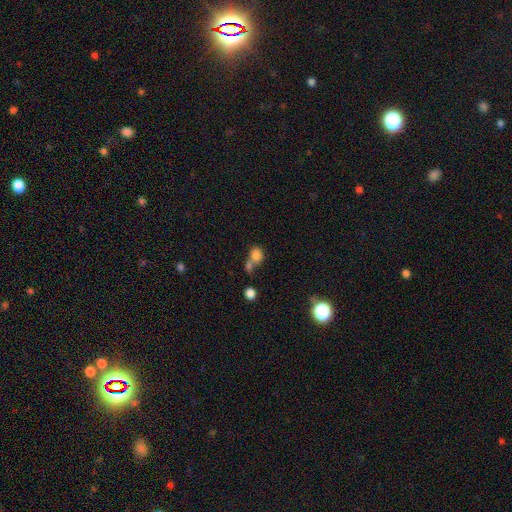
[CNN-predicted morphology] A smooth galaxy with no disk features (80%) that is round (65%).

Vote fractions:
- Smooth or featured? smooth: 80% / star or artifact: 12% / featured or disk: 9%
- How rounded? round: 65% / in between: 33% / cigar-shaped: 2%
- Merging? merger: 50% / none: 34% / minor disturbance: 10% / major disturbance: 6%